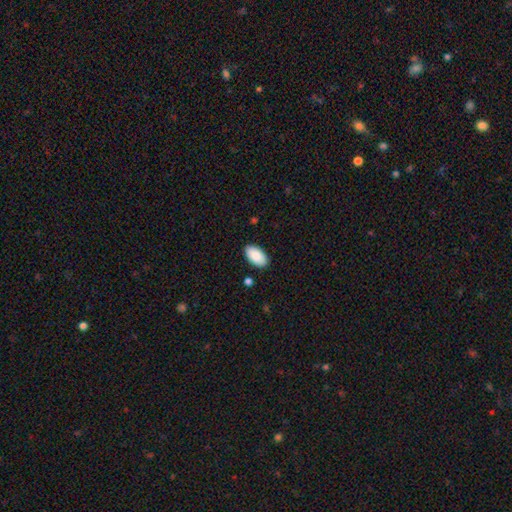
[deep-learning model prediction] The model was most divided on "merging": none: 89%, minor disturbance: 8%, major disturbance: 2%, merger: 1%. More confident: how rounded — in between (96%); smooth or featured — smooth (89%).